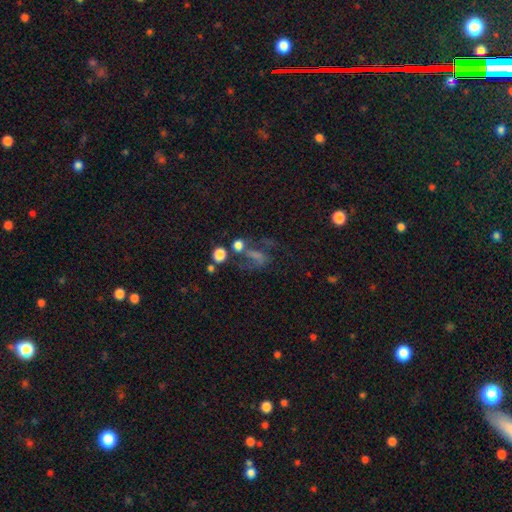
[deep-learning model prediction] The model was most divided on "merging": none: 39%, major disturbance: 30%, minor disturbance: 16%, merger: 15%. Remaining: smooth or featured — featured or disk (44%).